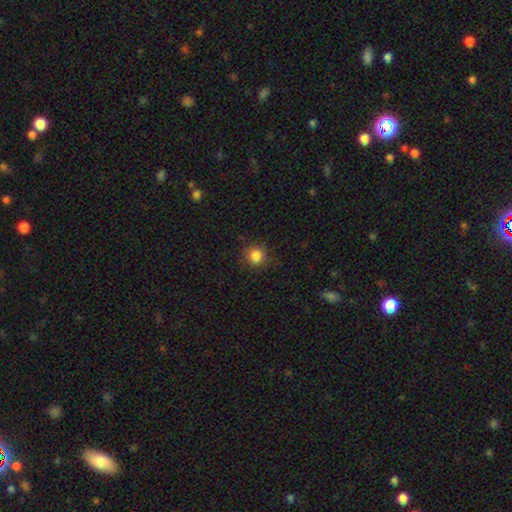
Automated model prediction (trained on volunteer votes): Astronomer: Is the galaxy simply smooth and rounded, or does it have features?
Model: smooth — 85%.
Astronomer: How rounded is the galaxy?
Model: round — 93%.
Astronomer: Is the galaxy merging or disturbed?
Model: none — 87%.